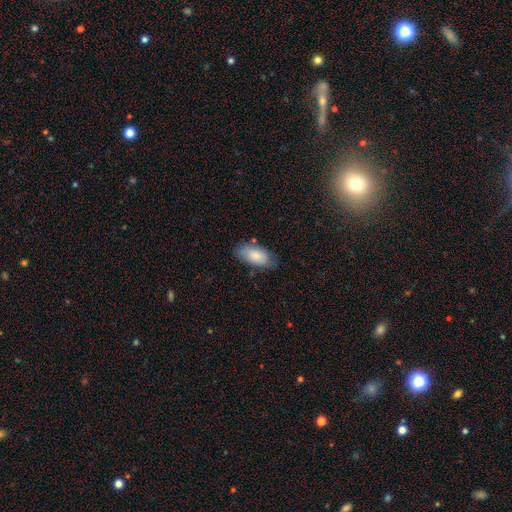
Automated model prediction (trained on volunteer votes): Overall: smooth (80%). How rounded: in between (93%). Merging: none (72%).